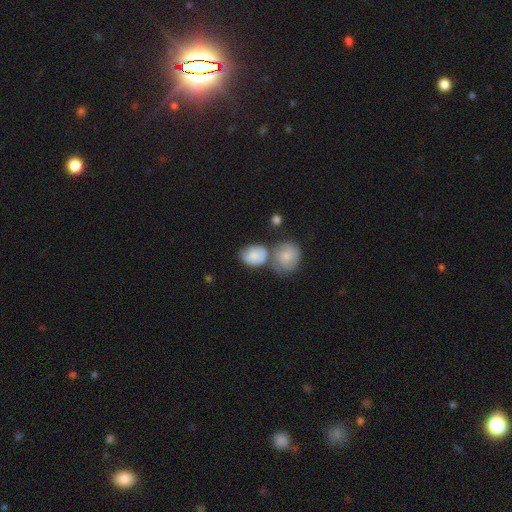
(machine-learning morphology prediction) Smooth or featured? smooth (70%)
How rounded? in between (53%)
Merging? merger (41%)